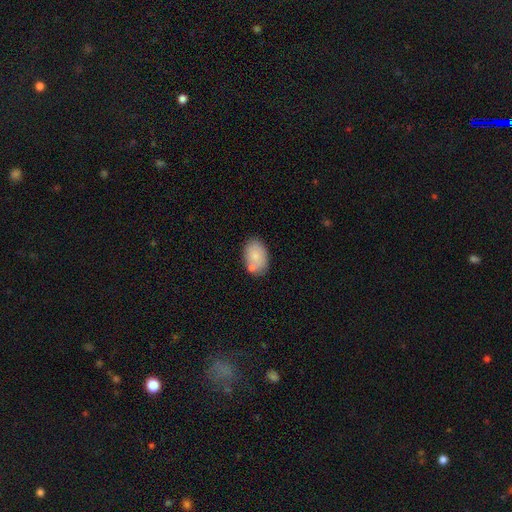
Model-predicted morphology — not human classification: smooth_or_featured: smooth (p=0.79) [alt: featured or disk p=0.14]
how_rounded: in between (p=0.87) [alt: round p=0.12]
merging: none (p=0.66) [alt: minor disturbance p=0.16]